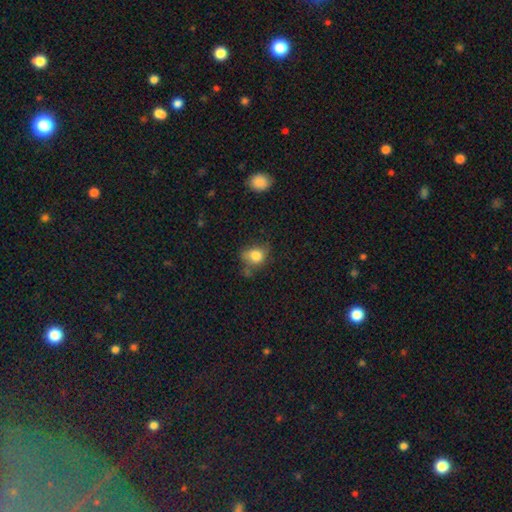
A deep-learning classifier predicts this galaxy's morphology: Smooth or featured? Predicted: smooth (p=0.79). How rounded? Predicted: round (p=0.51). Merging? Predicted: none (p=0.50).